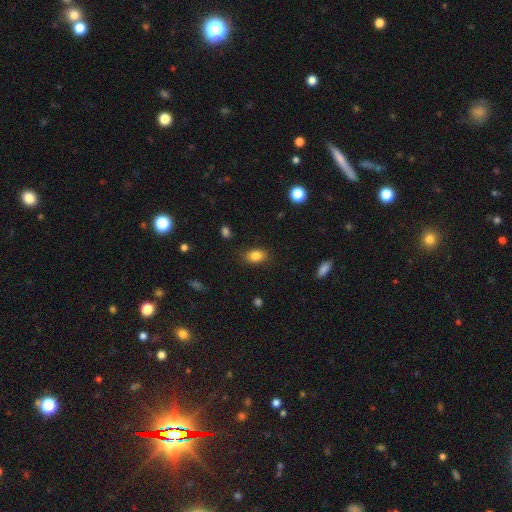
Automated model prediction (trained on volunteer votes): Smooth or featured: smooth — 84% (star or artifact — 9%)
How rounded: in between — 83% (round — 16%)
Merging: none — 83% (minor disturbance — 12%)